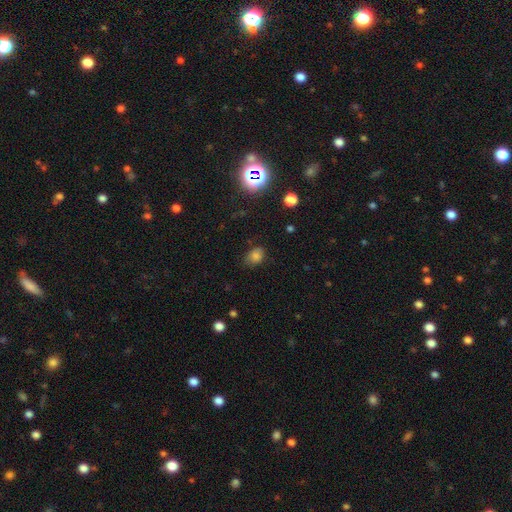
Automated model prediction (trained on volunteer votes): Morphology: type=smooth (77%); roundness=in between (65%); merging=none (71%).